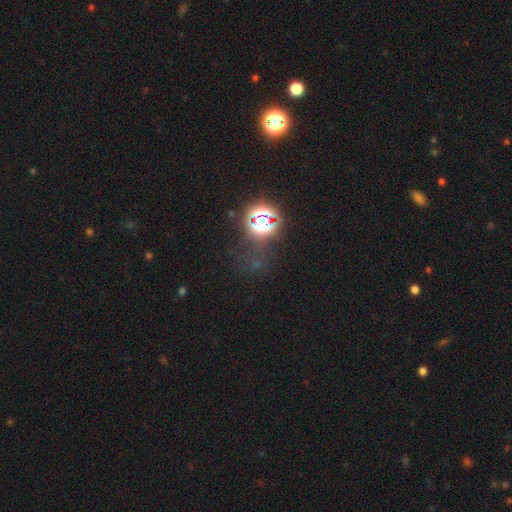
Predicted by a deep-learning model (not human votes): Smooth or featured: star or artifact — 68% (smooth — 24%)